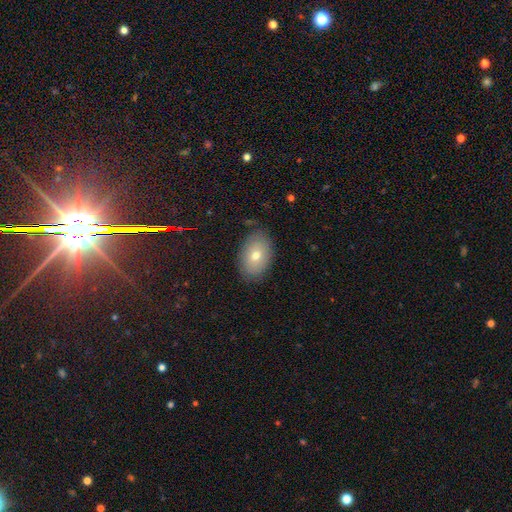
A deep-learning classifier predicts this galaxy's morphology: Smooth or featured: smooth — 69% (featured or disk — 22%)
How rounded: in between — 85% (round — 13%)
Merging: none — 82% (minor disturbance — 13%)